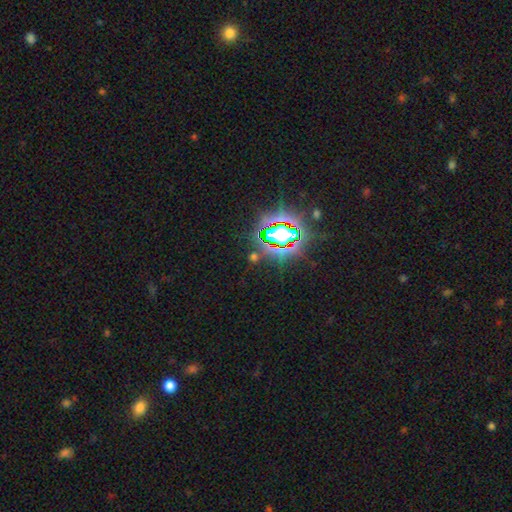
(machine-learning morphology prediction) Smooth or featured: star or artifact — 78% (smooth — 13%)